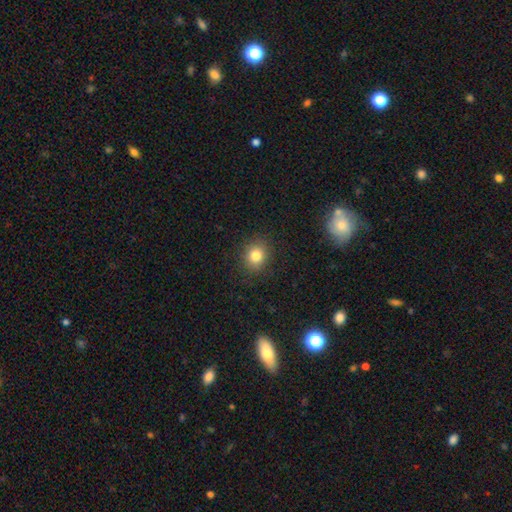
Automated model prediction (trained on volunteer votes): A smooth galaxy with no disk features (82%) that is round (73%).

Vote fractions:
- Smooth or featured? smooth: 82% / star or artifact: 11% / featured or disk: 7%
- How rounded? round: 73% / in between: 26% / cigar-shaped: 1%
- Merging? none: 88% / minor disturbance: 8% / major disturbance: 3% / merger: 1%